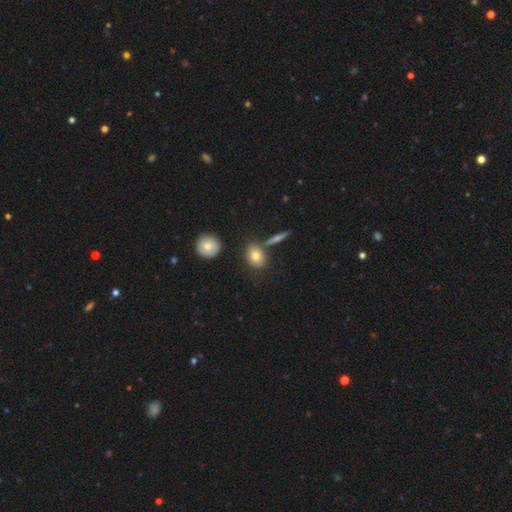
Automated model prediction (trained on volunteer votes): A smooth galaxy with no disk features (78%) that is in between round and cigar-shaped (64%).

Vote fractions:
- Smooth or featured? smooth: 78% / featured or disk: 13% / star or artifact: 9%
- How rounded? in between: 64% / round: 33% / cigar-shaped: 3%
- Merging? none: 71% / minor disturbance: 13% / merger: 12% / major disturbance: 4%